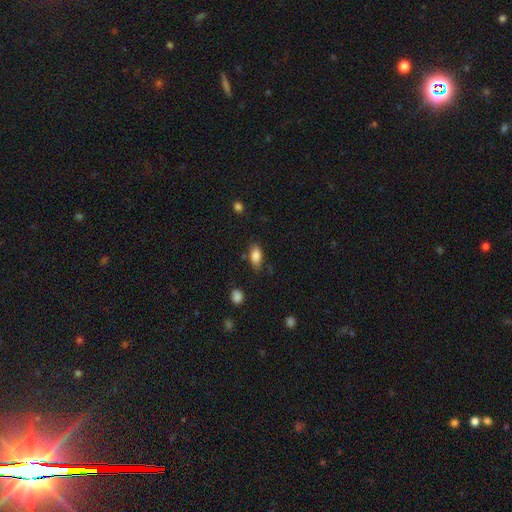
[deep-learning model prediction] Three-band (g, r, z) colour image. It shows a smooth galaxy with no disk features (85%) that is in between round and cigar-shaped (88%). Merging: none (74%).